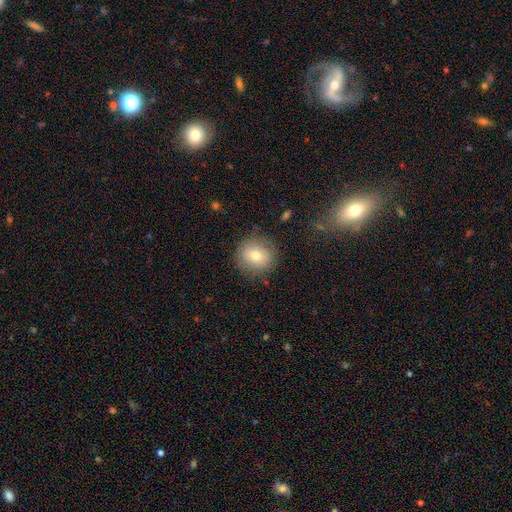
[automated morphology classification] This appears to be a smooth galaxy with no disk features (74%) that is round (86%). Merging: none (83%).